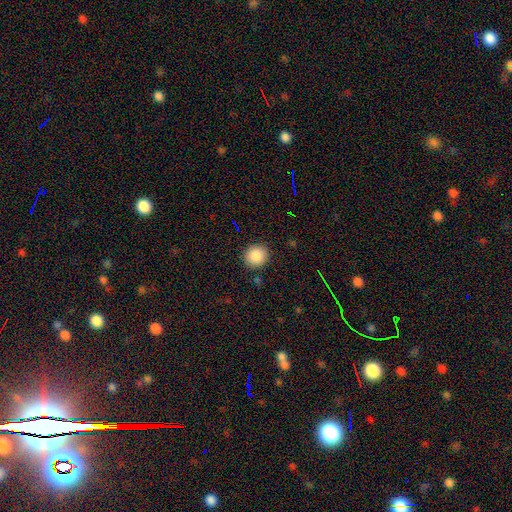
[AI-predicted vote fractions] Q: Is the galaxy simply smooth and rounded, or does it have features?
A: smooth — 86%.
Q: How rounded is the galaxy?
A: round — 87%.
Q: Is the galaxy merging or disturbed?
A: none — 90%.